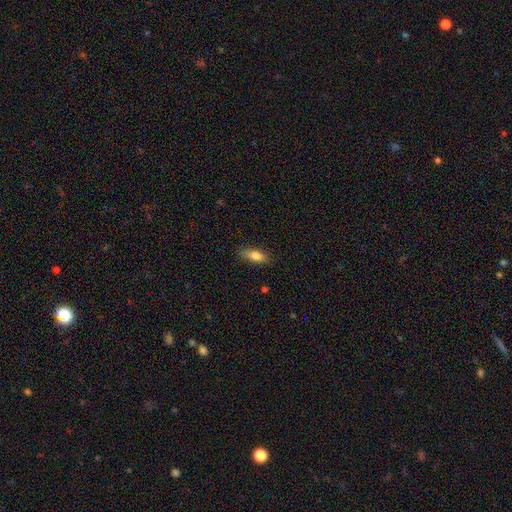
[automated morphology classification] smooth-or-featured: smooth: 78% | featured or disk: 15% | star or artifact: 7%
  how-rounded: in between: 70% | cigar-shaped: 28% | round: 3%
  merging: none: 83% | minor disturbance: 13% | major disturbance: 3% | merger: 1%